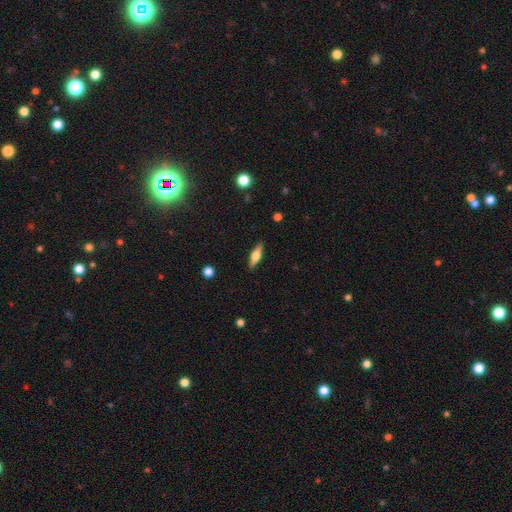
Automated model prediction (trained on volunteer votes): Morphology: type=smooth (53%); roundness=cigar-shaped (51%); merging=none (88%).